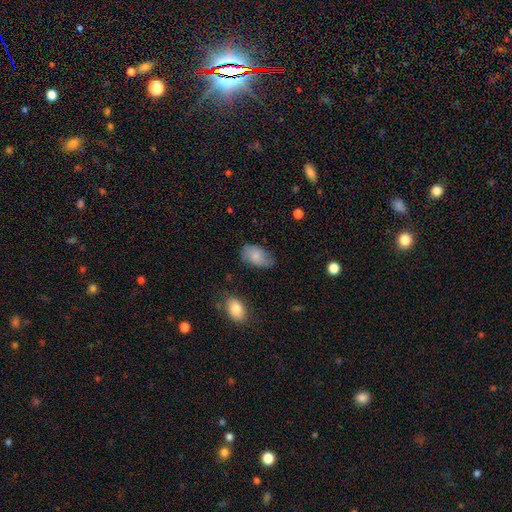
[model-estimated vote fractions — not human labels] Smooth or featured? Predicted: smooth (p=0.77). How rounded? Predicted: in between (p=0.93). Merging? Predicted: none (p=0.58).